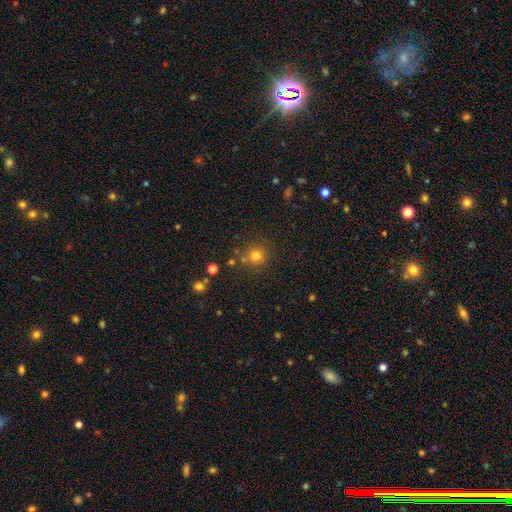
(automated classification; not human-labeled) Morphology: type=smooth (77%); roundness=round (92%); merging=none (79%).